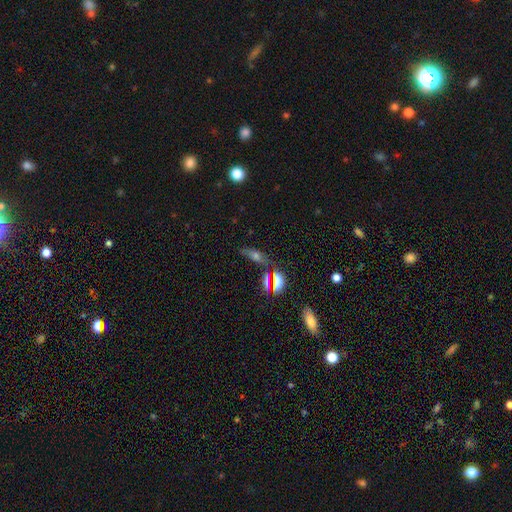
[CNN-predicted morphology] The model was most divided on "smooth or featured": smooth: 38%, star or artifact: 32%, featured or disk: 30%. More confident: merging — none (68%).